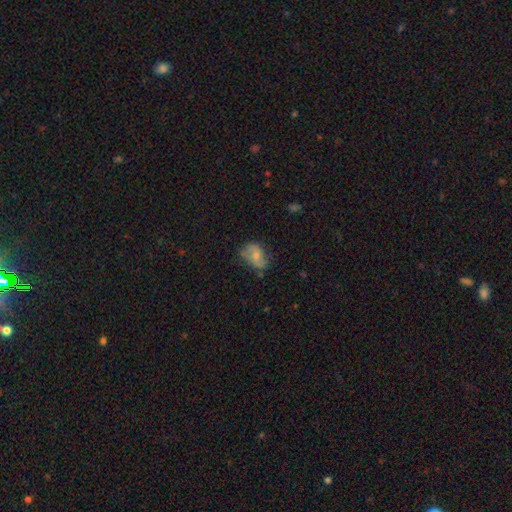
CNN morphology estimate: Smooth or featured: smooth — 51% (featured or disk — 40%)
How rounded: in between — 78% (round — 21%)
Merging: none — 52% (minor disturbance — 33%)